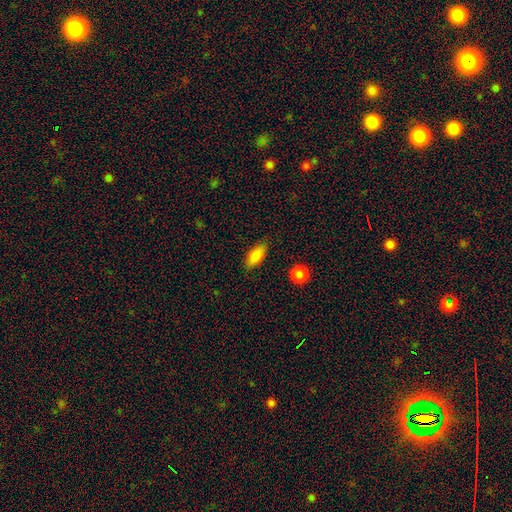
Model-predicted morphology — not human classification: smooth-or-featured: smooth: 85% | featured or disk: 8% | star or artifact: 7%
  how-rounded: in between: 83% | cigar-shaped: 14% | round: 3%
  merging: none: 85% | minor disturbance: 11% | major disturbance: 3% | merger: 2%